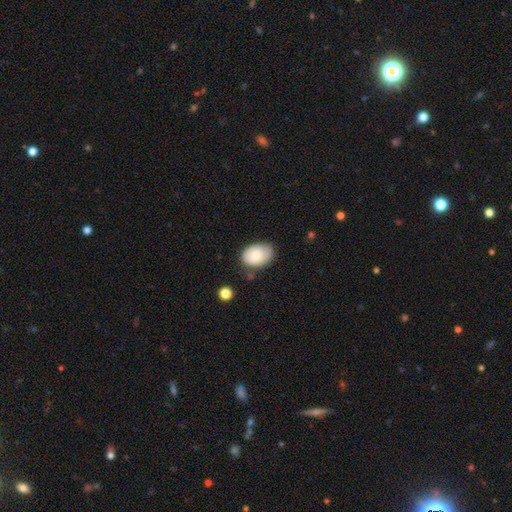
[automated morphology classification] Smooth or featured?
  - smooth: 71% *
  - featured or disk: 22%
  - star or artifact: 7%
How rounded?
  - in between: 84% *
  - round: 15%
  - cigar-shaped: 1%
Merging?
  - none: 65% *
  - minor disturbance: 27%
  - major disturbance: 5%
  - merger: 3%